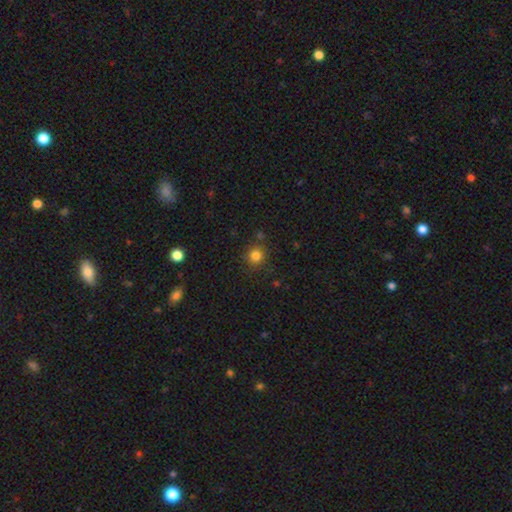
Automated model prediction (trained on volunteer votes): Morphology: type=smooth (81%); roundness=round (90%); merging=none (83%).